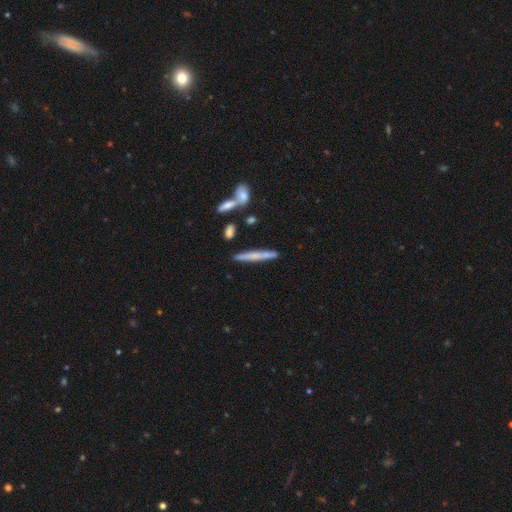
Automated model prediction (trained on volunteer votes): This is possibly a smooth galaxy (57%). How rounded: clearly cigar-shaped (94%). Merging: clearly none (82%).